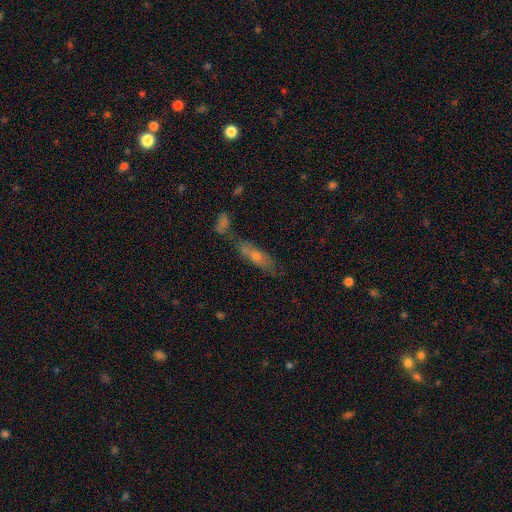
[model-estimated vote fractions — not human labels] A smooth galaxy with no disk features (52%) that is cigar-shaped (61%). Merging: none (53%).